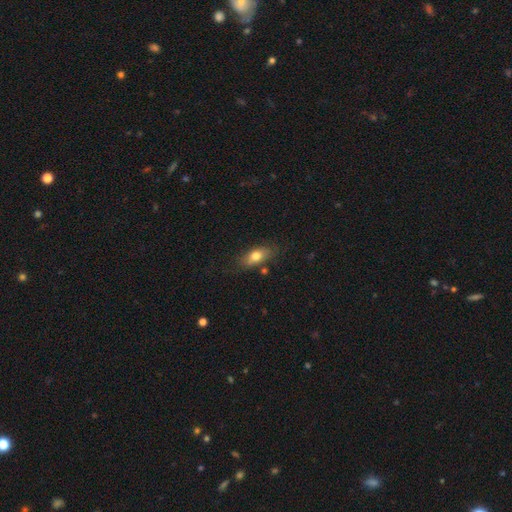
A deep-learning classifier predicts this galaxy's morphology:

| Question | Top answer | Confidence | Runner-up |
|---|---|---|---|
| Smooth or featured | smooth | 74% | featured or disk (18%) |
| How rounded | in between | 80% | cigar-shaped (13%) |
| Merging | none | 71% | minor disturbance (19%) |